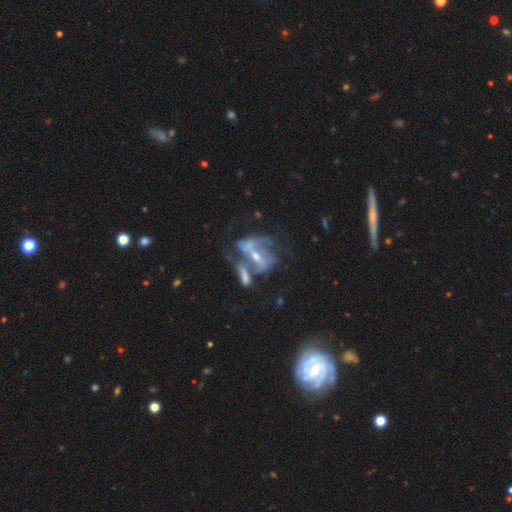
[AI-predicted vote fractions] Smooth or featured? Predicted: featured or disk (p=0.78). Edge-on disk? Predicted: no (p=0.91). Bar? Predicted: strong (p=0.41). Spiral arms? Predicted: yes (p=0.76). Spiral winding? Predicted: medium (p=0.41). Spiral arm count? Predicted: 2 (p=0.67). Bulge size? Predicted: small (p=0.48). Merging? Predicted: merger (p=0.43).